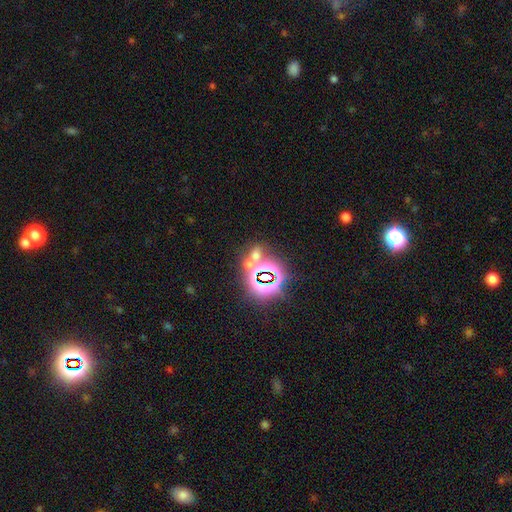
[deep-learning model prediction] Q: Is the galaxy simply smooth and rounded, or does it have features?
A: star or artifact — 56%.